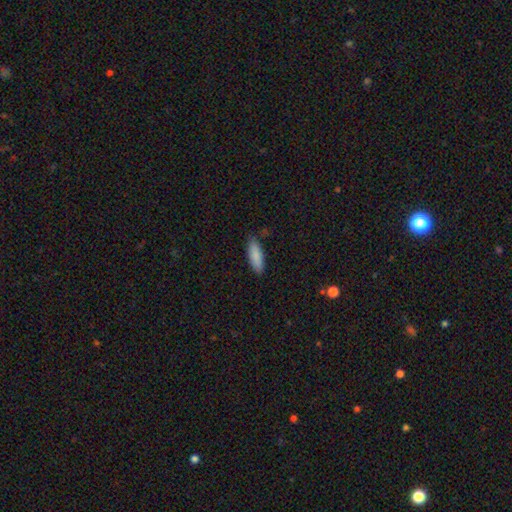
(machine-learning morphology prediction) type=smooth (88%); roundness=in between (67%); merging=none (83%).